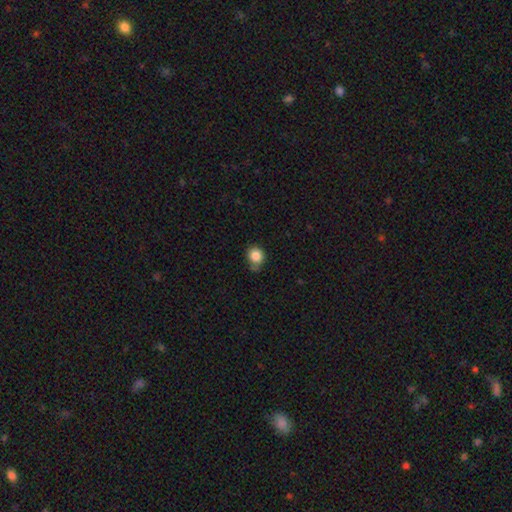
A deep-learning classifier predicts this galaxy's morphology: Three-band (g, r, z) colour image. It shows a smooth galaxy with no disk features (84%) that is round (76%). Merging: none (65%).